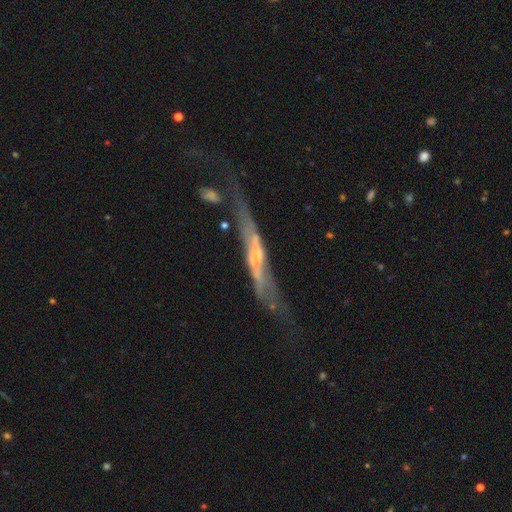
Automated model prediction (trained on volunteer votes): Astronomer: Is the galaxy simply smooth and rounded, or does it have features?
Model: featured or disk — 74%.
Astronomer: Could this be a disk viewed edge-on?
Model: yes — 74%.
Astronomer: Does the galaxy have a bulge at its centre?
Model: rounded — 43% (runner-up: none, 33%).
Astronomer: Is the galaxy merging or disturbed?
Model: none — 36% (runner-up: major disturbance, 29%).